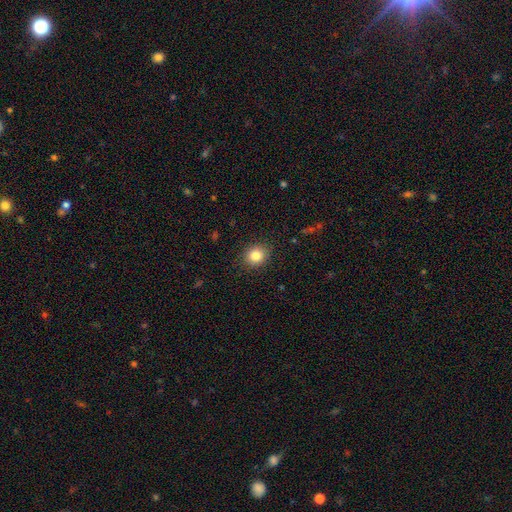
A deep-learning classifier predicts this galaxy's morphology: Smooth or featured: smooth — 84% (star or artifact — 10%)
How rounded: round — 69% (in between — 30%)
Merging: none — 88% (minor disturbance — 8%)